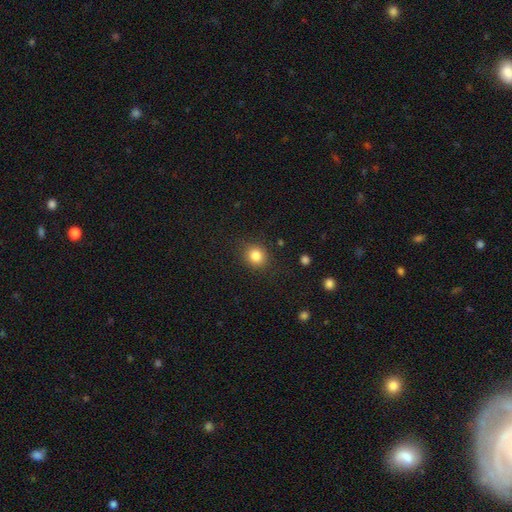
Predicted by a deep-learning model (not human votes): smooth 84%, star or artifact 11%, featured or disk 5%. Down the decision tree: how rounded — round (80%); merging — none (87%).